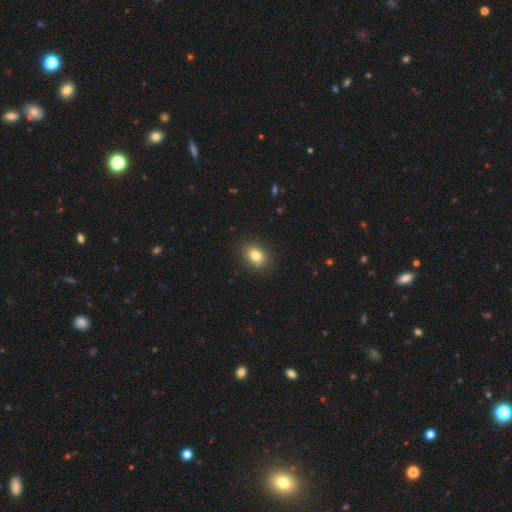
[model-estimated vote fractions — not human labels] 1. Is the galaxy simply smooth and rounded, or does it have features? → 82% smooth, 10% star or artifact, 8% featured or disk.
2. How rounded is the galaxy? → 59% in between, 39% round, 1% cigar-shaped.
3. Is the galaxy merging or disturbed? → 86% none, 10% minor disturbance, 3% major disturbance, 1% merger.